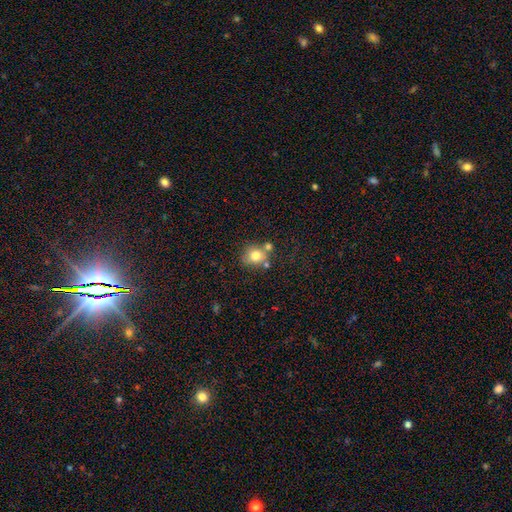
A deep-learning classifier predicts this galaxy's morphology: This is likely a smooth galaxy (75%). How rounded: likely round (78%). Merging: possibly none (59%).